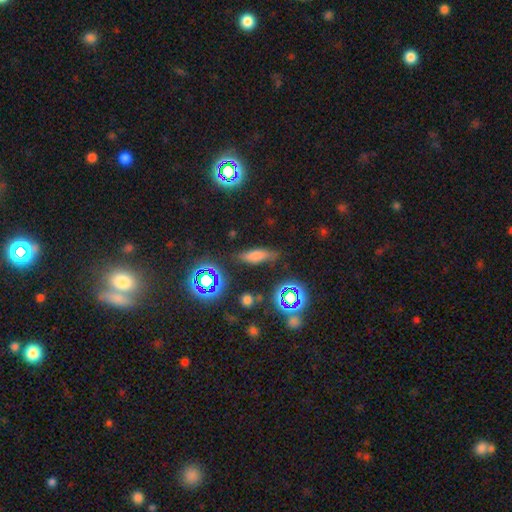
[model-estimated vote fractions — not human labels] smooth 62%, star or artifact 22%, featured or disk 16%. Down the decision tree: how rounded — cigar-shaped (50%); merging — none (77%).